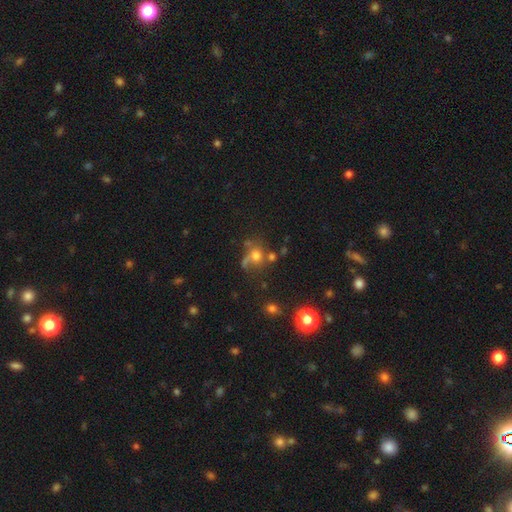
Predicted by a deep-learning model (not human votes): smooth 59%, featured or disk 23%, star or artifact 18%. Down the decision tree: how rounded — round (77%); merging — none (40%).